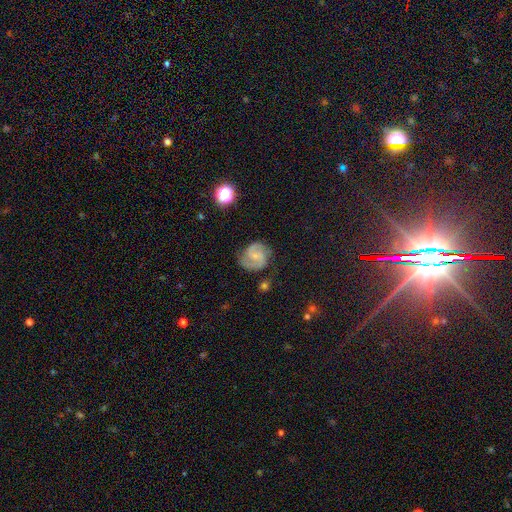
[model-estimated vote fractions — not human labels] The model was most divided on "bar": weak: 46%, no: 43%, strong: 11%. More confident: edge-on disk — no (98%); spiral arms — yes (95%); spiral arm count — 2 (88%); smooth or featured — featured or disk (79%); merging — none (74%); bulge size — small (61%); spiral winding — medium (53%).